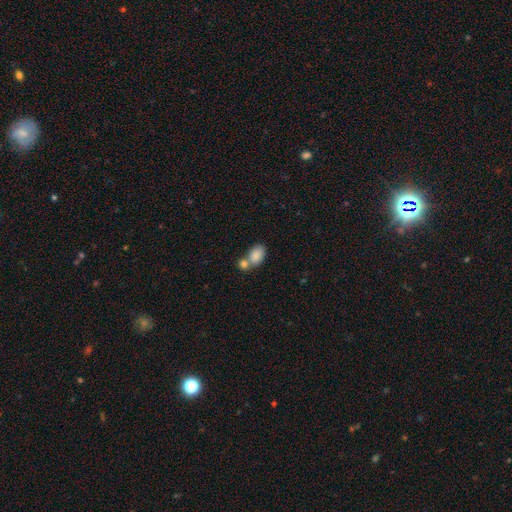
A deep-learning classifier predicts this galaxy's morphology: A smooth galaxy with no disk features (85%) that is in between round and cigar-shaped (85%). Merging: merger (51%).